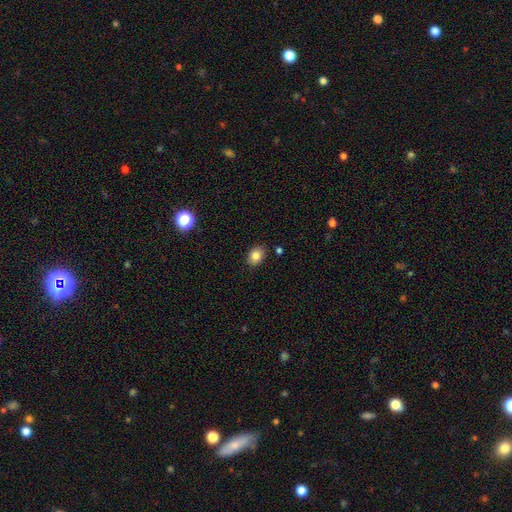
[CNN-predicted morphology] This is clearly a smooth galaxy (83%). How rounded: likely in between (68%). Merging: clearly none (85%).